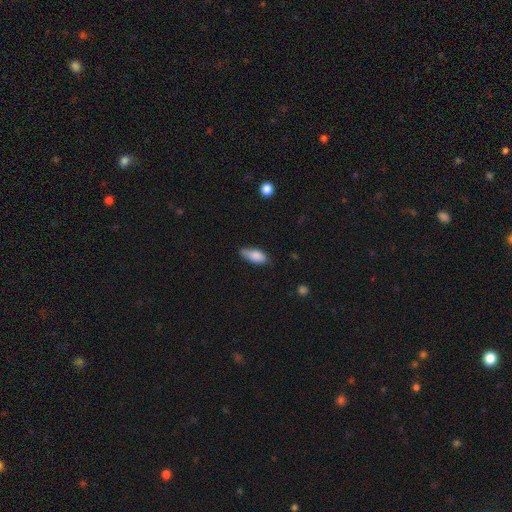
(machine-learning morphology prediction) Smooth or featured? Predicted: smooth (p=0.84). How rounded? Predicted: in between (p=0.84). Merging? Predicted: none (p=0.60).